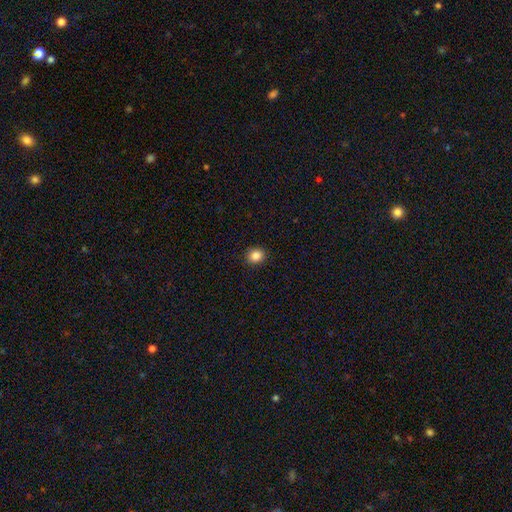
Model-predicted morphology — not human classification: This appears to be a smooth galaxy with no disk features (86%) that is round (70%). Merging: none (91%).